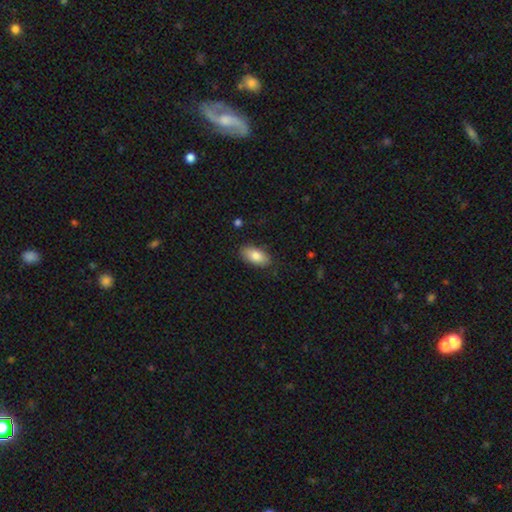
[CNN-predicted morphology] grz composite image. It shows a smooth galaxy with no disk features (83%) that is in between round and cigar-shaped (93%). Merging: none (85%).